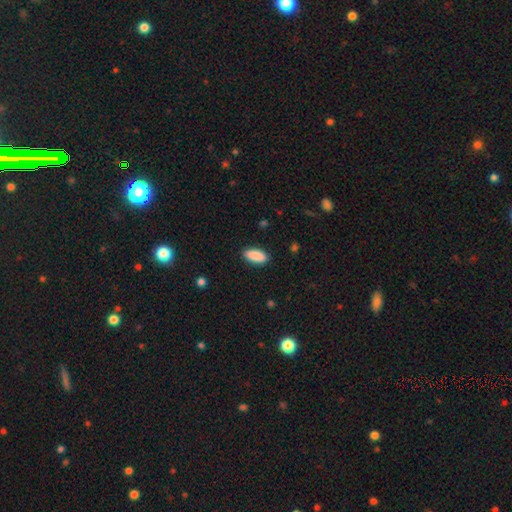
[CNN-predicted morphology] A smooth galaxy with no disk features (90%) that is in between round and cigar-shaped (85%). Merging: none (89%).